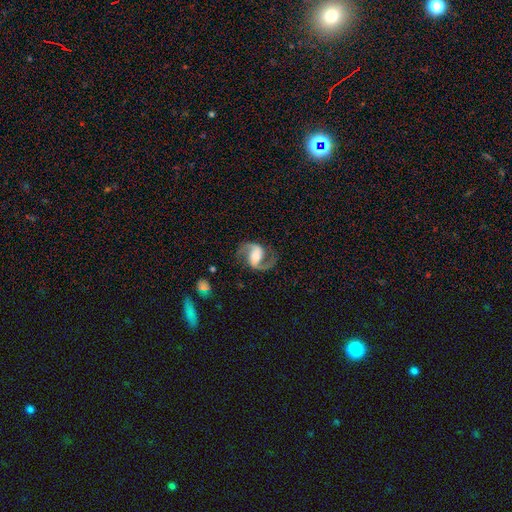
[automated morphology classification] A featured or disk galaxy (91%) with a weak bar (39%), 2 (94%) medium (52%) spiral arms (97%) and a moderate central bulge (56%).

Vote fractions:
- Smooth or featured? featured or disk: 91% / smooth: 5% / star or artifact: 4%
- Edge-on disk? no: 98% / yes: 2%
- Bar? weak: 39% / strong: 37% / no: 24%
- Spiral arms? yes: 97% / no: 3%
- Spiral winding? medium: 52% / loose: 37% / tight: 11%
- Spiral arm count? 2: 94% / 1: 2% / can't tell: 2% / 3: 1% / 4: 1% / more than 4: 1%
- Bulge size? moderate: 56% / small: 27% / large: 12% / none: 3% / dominant: 2%
- Merging? none: 80% / minor disturbance: 12% / major disturbance: 7% / merger: 2%